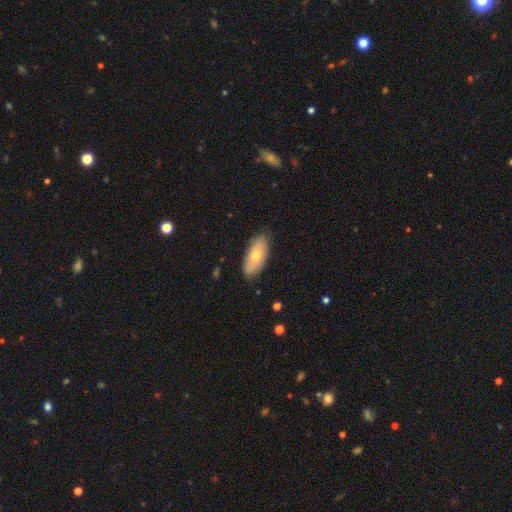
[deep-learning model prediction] Q: Smooth or featured?
A: smooth (60%); runner-up: featured or disk (33%)
Q: How rounded?
A: in between (85%); runner-up: cigar-shaped (12%)
Q: Merging?
A: none (83%); runner-up: minor disturbance (13%)